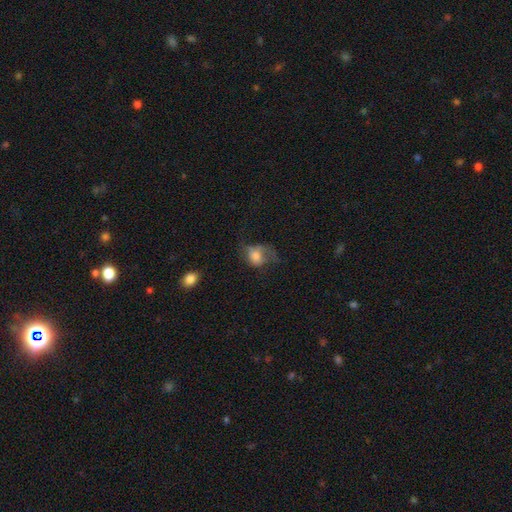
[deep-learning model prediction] This is likely a smooth galaxy (61%). How rounded: possibly in between (55%). Merging: possibly major disturbance (48%).